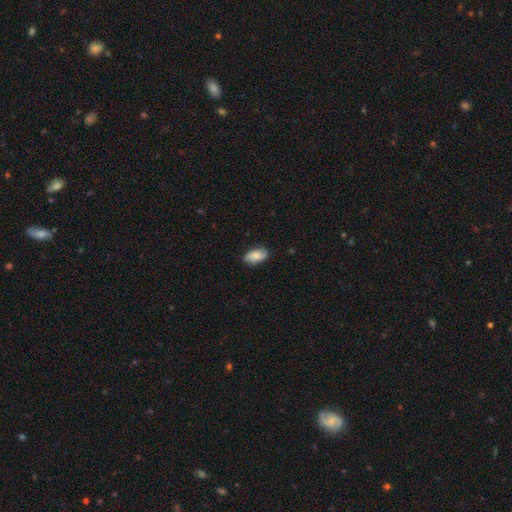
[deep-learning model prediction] The model was most divided on "smooth or featured": smooth: 66%, featured or disk: 27%, star or artifact: 7%. More confident: how rounded — in between (92%); merging — none (78%).